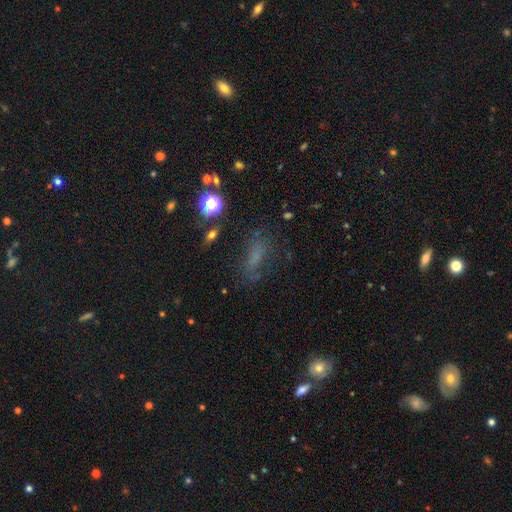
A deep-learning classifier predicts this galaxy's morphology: A smooth galaxy with no disk features (52%) that is in between round and cigar-shaped (60%). Merging: none (61%).